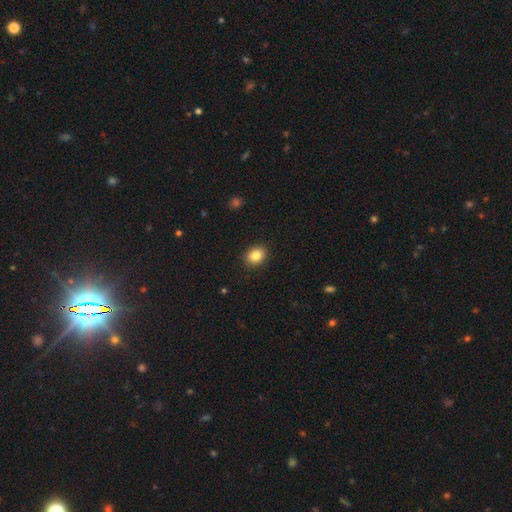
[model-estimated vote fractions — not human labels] smooth 84%, star or artifact 10%, featured or disk 6%. Down the decision tree: how rounded — round (55%); merging — none (90%).